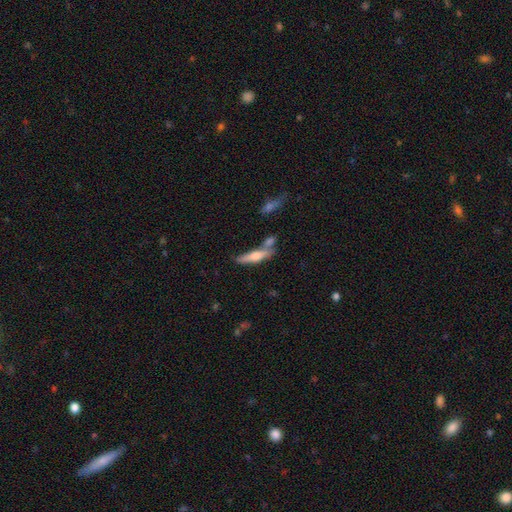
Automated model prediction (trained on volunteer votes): Smooth or featured? Predicted: smooth (p=0.53). How rounded? Predicted: cigar-shaped (p=0.78). Merging? Predicted: none (p=0.58).